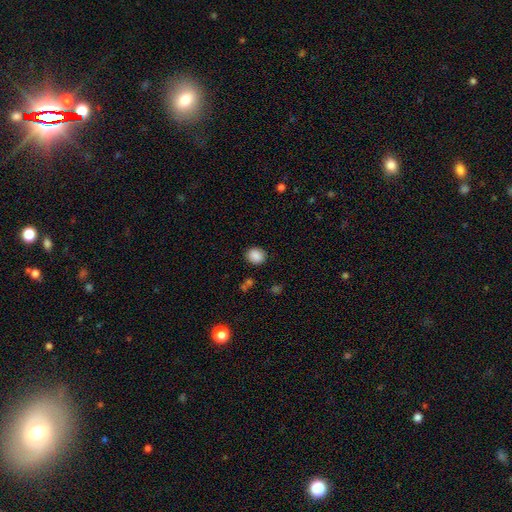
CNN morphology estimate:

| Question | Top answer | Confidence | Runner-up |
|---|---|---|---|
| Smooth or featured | smooth | 87% | star or artifact (9%) |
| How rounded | round | 73% | in between (26%) |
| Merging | none | 86% | minor disturbance (9%) |